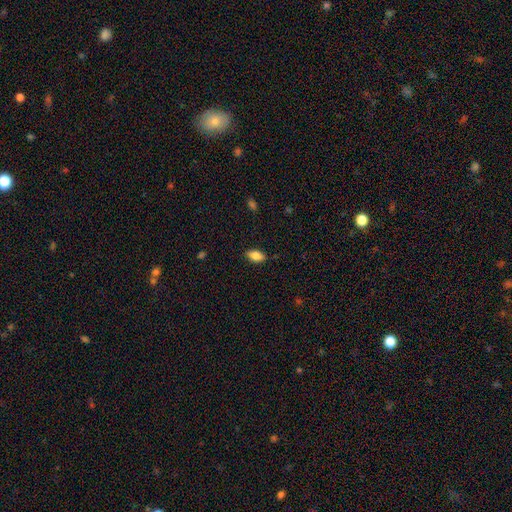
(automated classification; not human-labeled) The model was most divided on "smooth or featured": smooth: 84%, featured or disk: 9%, star or artifact: 8%. More confident: how rounded — in between (91%); merging — none (86%).